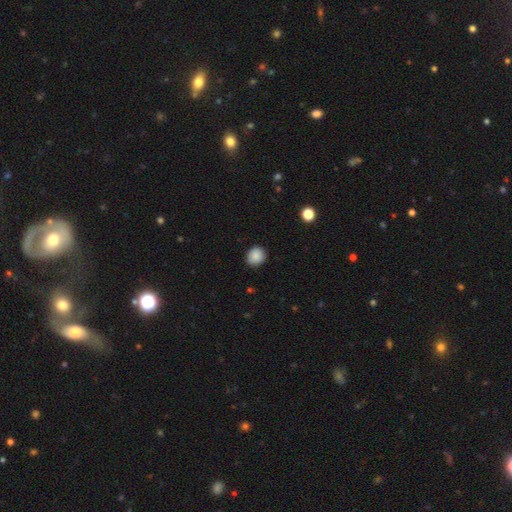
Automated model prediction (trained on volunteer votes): smooth-or-featured: smooth: 88% | star or artifact: 9% | featured or disk: 4%
  how-rounded: round: 75% | in between: 24% | cigar-shaped: 1%
  merging: none: 87% | minor disturbance: 10% | major disturbance: 2% | merger: 1%